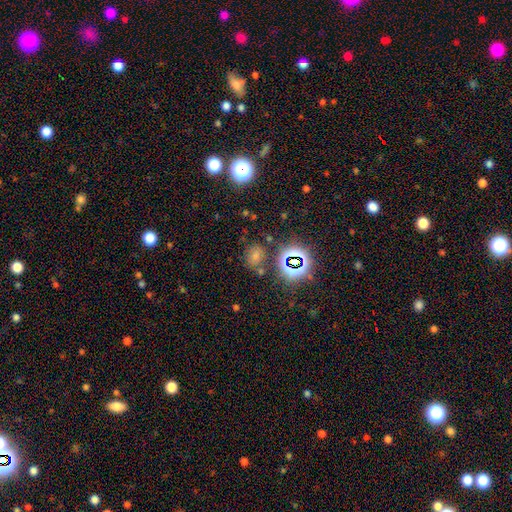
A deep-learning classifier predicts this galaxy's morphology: Smooth or featured? smooth (53%)
How rounded? in between (55%)
Merging? none (74%)